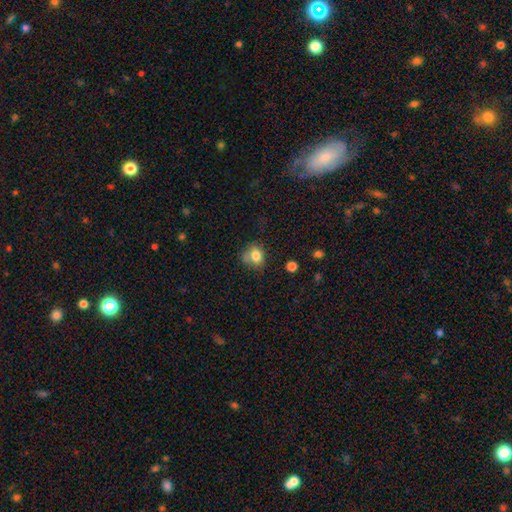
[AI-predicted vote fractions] The model was most divided on "how rounded": round: 53%, in between: 46%, cigar-shaped: 1%. More confident: smooth or featured — smooth (79%); merging — none (52%).